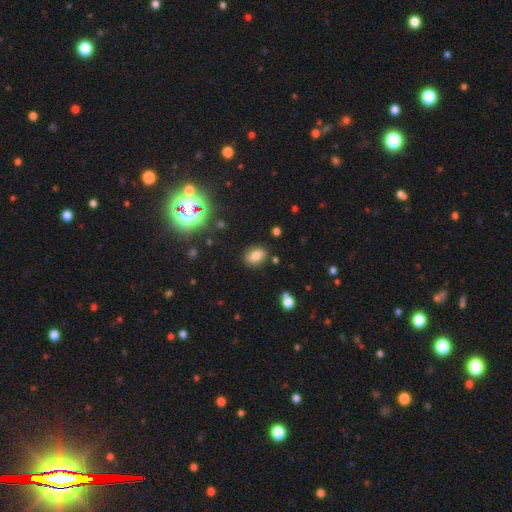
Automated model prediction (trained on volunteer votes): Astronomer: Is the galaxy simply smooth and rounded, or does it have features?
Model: smooth — 75%.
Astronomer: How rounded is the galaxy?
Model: in between — 75%.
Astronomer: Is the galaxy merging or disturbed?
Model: none — 84%.